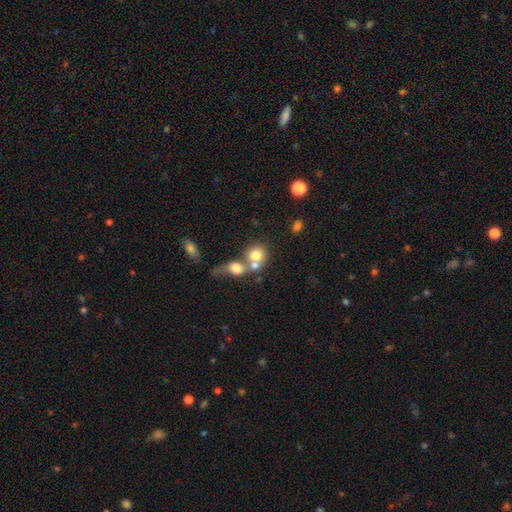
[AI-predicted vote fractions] Overall: smooth (72%). How rounded: round (77%). Merging: merger (57%; none 28%).